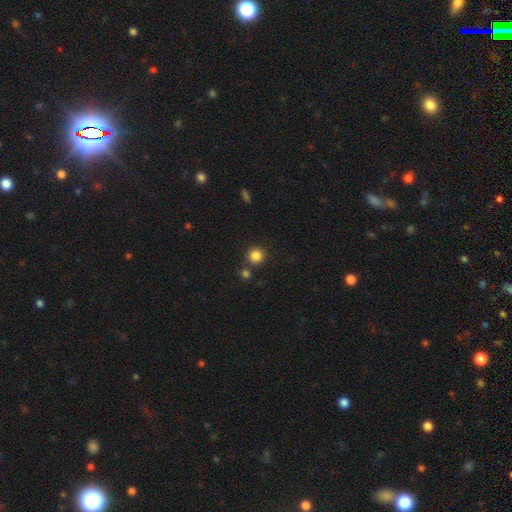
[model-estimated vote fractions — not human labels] smooth-or-featured: smooth: 84% | star or artifact: 11% | featured or disk: 4%
  how-rounded: round: 93% | in between: 6% | cigar-shaped: 1%
  merging: none: 80% | merger: 10% | minor disturbance: 8% | major disturbance: 2%